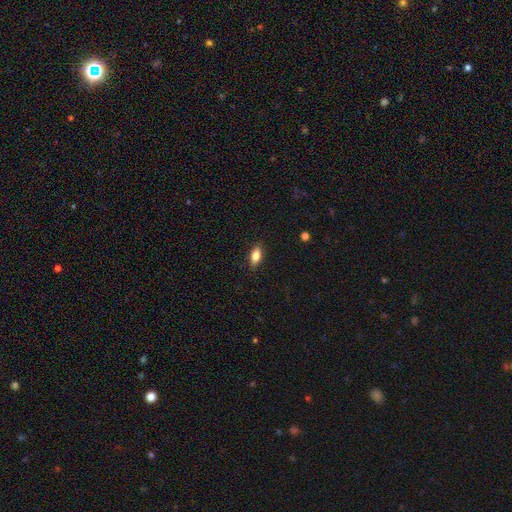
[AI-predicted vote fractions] smooth-or-featured: smooth: 78% | featured or disk: 14% | star or artifact: 8%
  how-rounded: in between: 85% | cigar-shaped: 11% | round: 5%
  merging: none: 87% | minor disturbance: 10% | major disturbance: 2% | merger: 1%